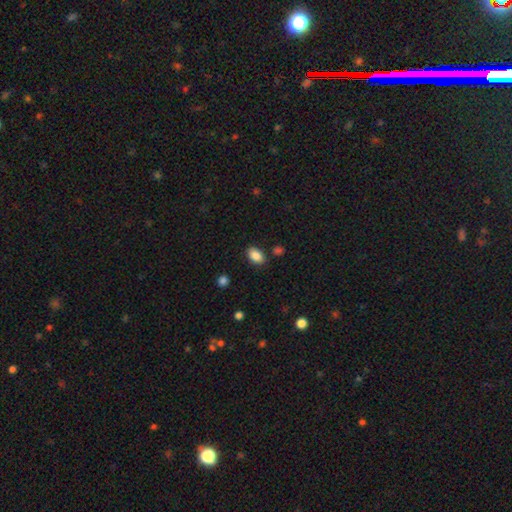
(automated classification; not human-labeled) Morphology: type=smooth (87%); roundness=in between (88%); merging=none (83%).